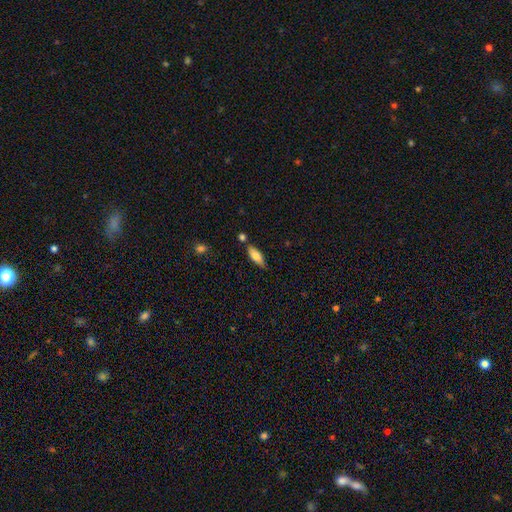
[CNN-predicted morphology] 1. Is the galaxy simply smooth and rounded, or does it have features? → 74% smooth, 19% featured or disk, 7% star or artifact.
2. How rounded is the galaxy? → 66% in between, 32% cigar-shaped, 2% round.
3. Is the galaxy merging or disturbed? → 75% none, 15% minor disturbance, 8% merger, 3% major disturbance.